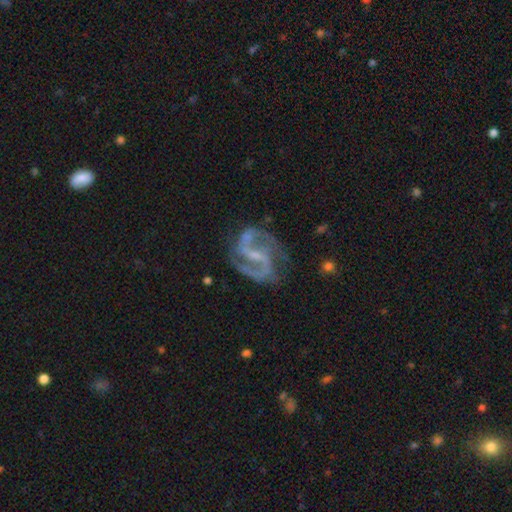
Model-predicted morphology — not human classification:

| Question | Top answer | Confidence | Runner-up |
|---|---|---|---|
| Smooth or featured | featured or disk | 92% | star or artifact (5%) |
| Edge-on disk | no | 98% | yes (2%) |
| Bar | weak | 43% | strong (41%) |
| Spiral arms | yes | 98% | no (2%) |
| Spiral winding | medium | 61% | loose (23%) |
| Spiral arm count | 2 | 91% | 3 (3%) |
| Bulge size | small | 60% | moderate (20%) |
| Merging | none | 71% | minor disturbance (17%) |